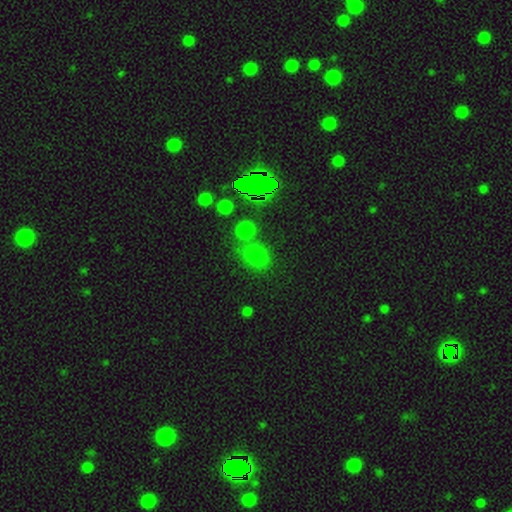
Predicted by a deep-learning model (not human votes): Q: Smooth or featured?
A: smooth (72%); runner-up: star or artifact (22%)
Q: How rounded?
A: round (74%); runner-up: in between (24%)
Q: Merging?
A: none (70%); runner-up: merger (13%)